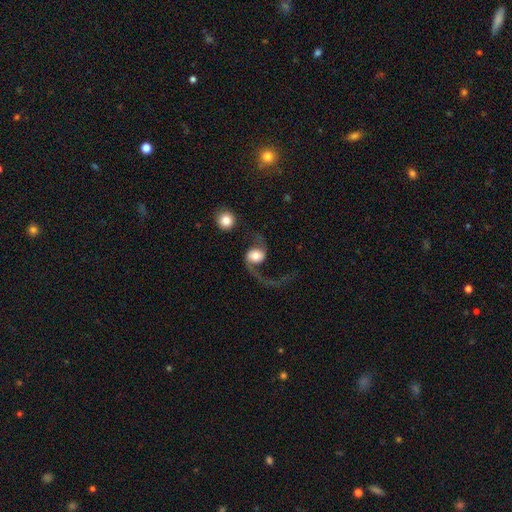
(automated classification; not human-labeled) Overall: featured or disk (77%). Edge-on disk: no (97%). Bar: no (60%; weak 30%). Spiral arms: yes (93%). Spiral arm count: 2 (80%). Spiral winding: loose (85%). Bulge size: moderate (52%; large 25%). Merging: none (43%; major disturbance 36%).